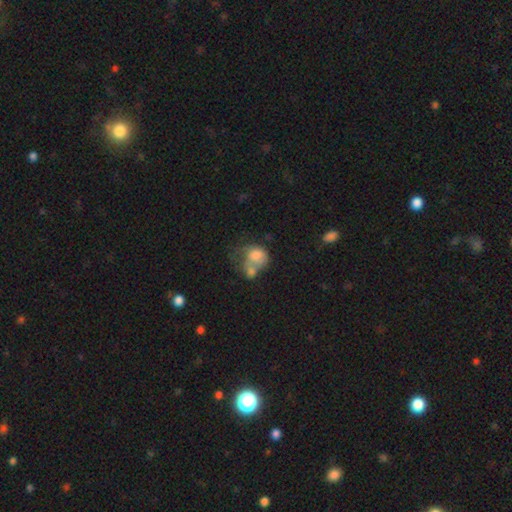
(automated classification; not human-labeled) This appears to be a smooth galaxy with no disk features (68%) that is round (53%). Merging: merger (55%).